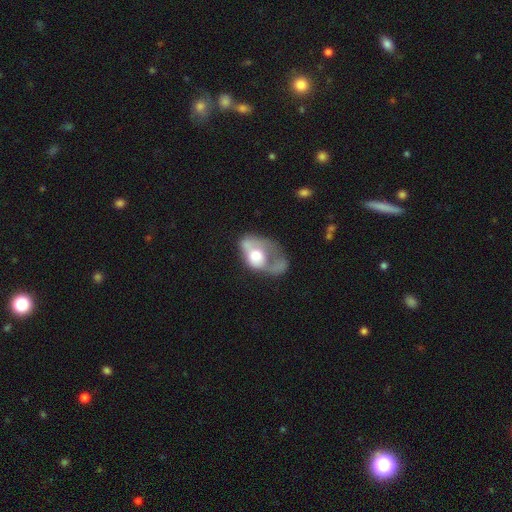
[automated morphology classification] Overall: smooth (46%, tied with featured or disk). Merging: major disturbance (56%; merger 17%).